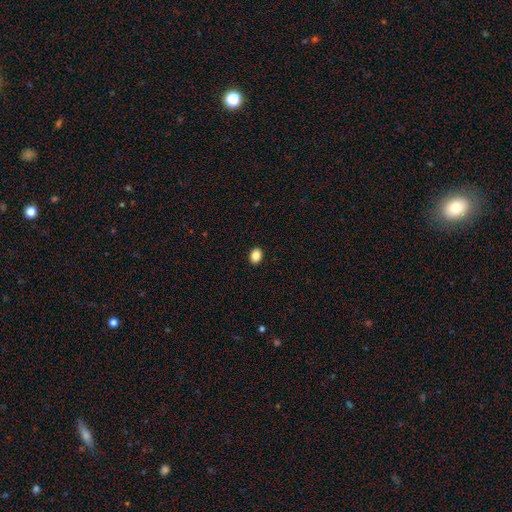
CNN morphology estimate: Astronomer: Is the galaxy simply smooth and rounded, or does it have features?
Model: smooth — 87%.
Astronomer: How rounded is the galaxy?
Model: in between — 54% (runner-up: round, 46%).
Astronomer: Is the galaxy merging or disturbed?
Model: none — 92%.